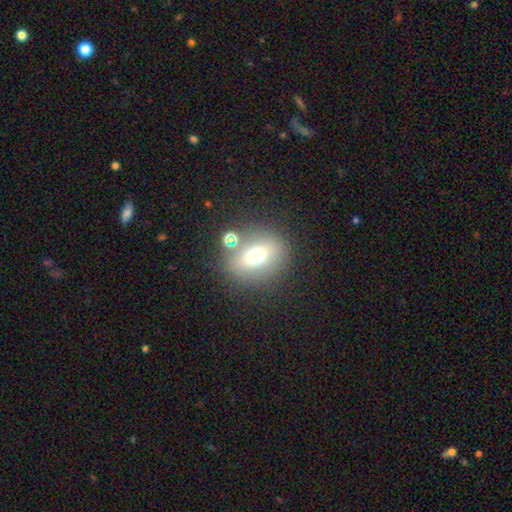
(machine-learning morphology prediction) Smooth or featured? Predicted: smooth (p=0.64). How rounded? Predicted: round (p=0.55). Merging? Predicted: none (p=0.76).